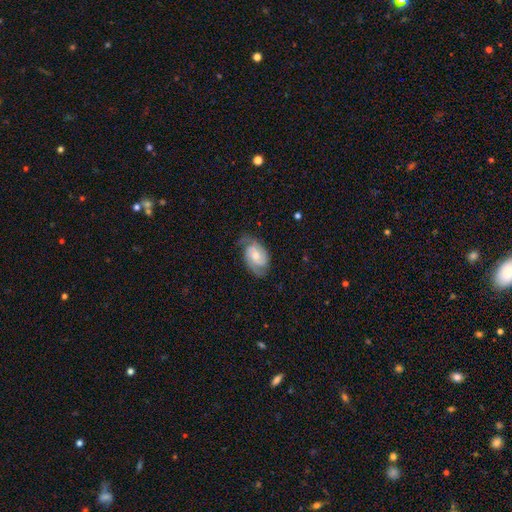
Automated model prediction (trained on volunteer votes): This is likely a featured or disk galaxy (76%). It is clearly not viewed edge-on (96%). Bar: possibly no (57%). Spiral arm pattern: clearly yes (94%). Spiral arm count: likely 2 (72%). Spiral winding: marginally medium (43%, tied with tight). Central bulge: possibly moderate (58%). Merging: likely none (67%).